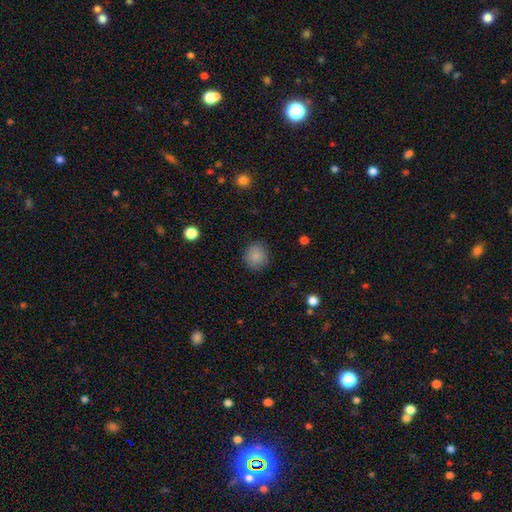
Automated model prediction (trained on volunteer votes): smooth 87%, star or artifact 9%, featured or disk 4%. Down the decision tree: how rounded — round (87%); merging — none (88%).